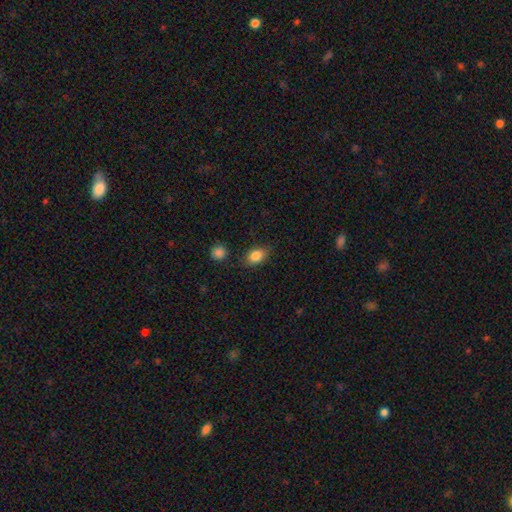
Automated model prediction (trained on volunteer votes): Smooth or featured: smooth — 85% (star or artifact — 8%)
How rounded: in between — 80% (round — 18%)
Merging: none — 80% (minor disturbance — 13%)